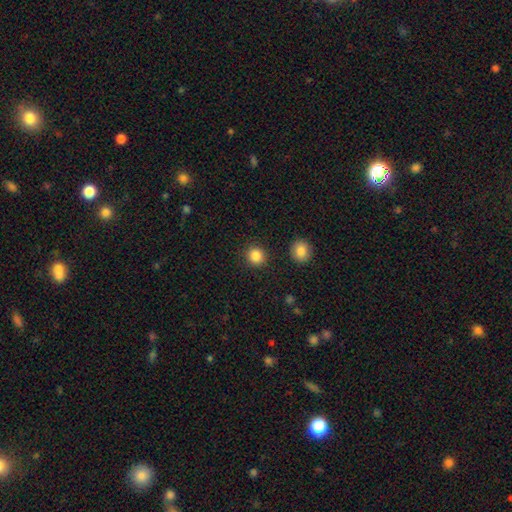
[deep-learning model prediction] Morphology: type=smooth (86%); roundness=round (91%); merging=none (90%).